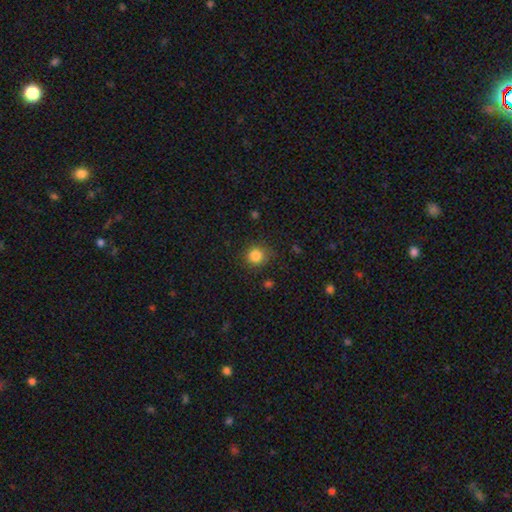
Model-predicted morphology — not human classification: smooth 84%, star or artifact 11%, featured or disk 5%. Down the decision tree: how rounded — round (90%); merging — none (83%).